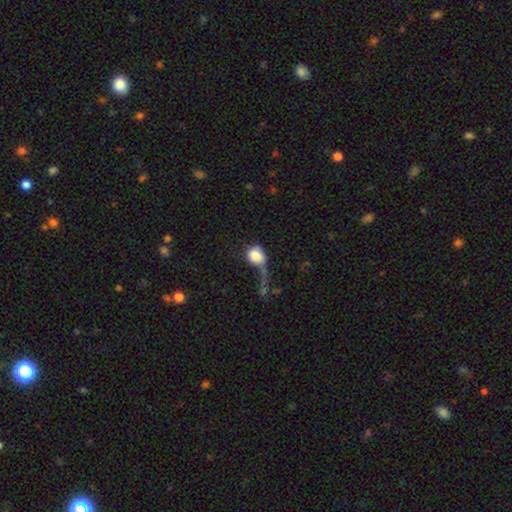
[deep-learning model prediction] smooth 76%, featured or disk 15%, star or artifact 9%. Down the decision tree: how rounded — round (65%); merging — major disturbance (53%).